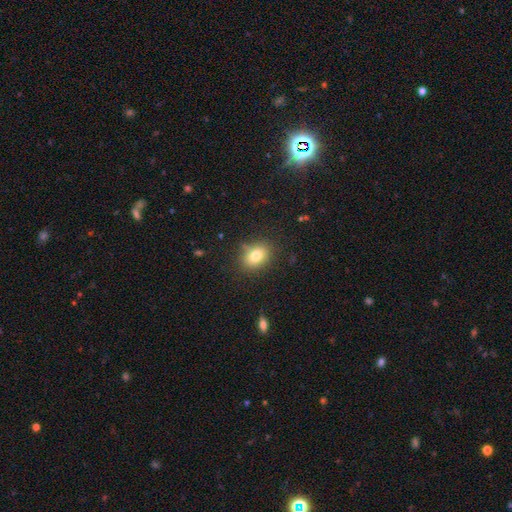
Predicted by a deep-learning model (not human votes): A smooth galaxy with no disk features (79%) that is in between round and cigar-shaped (65%).

Vote fractions:
- Smooth or featured? smooth: 79% / star or artifact: 11% / featured or disk: 10%
- How rounded? in between: 65% / round: 33% / cigar-shaped: 1%
- Merging? none: 80% / minor disturbance: 14% / major disturbance: 4% / merger: 2%